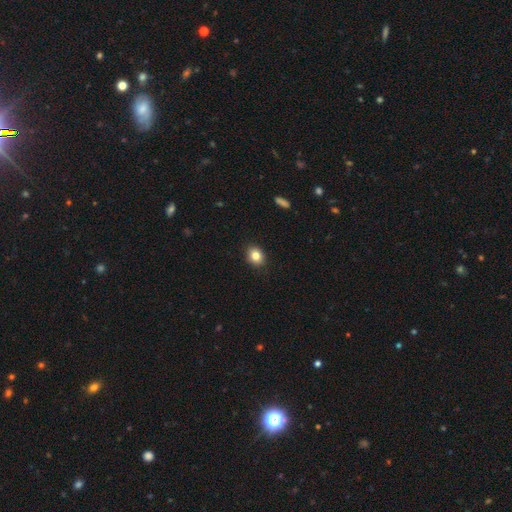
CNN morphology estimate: smooth 83%, star or artifact 10%, featured or disk 7%. Down the decision tree: how rounded — round (56%); merging — none (89%).